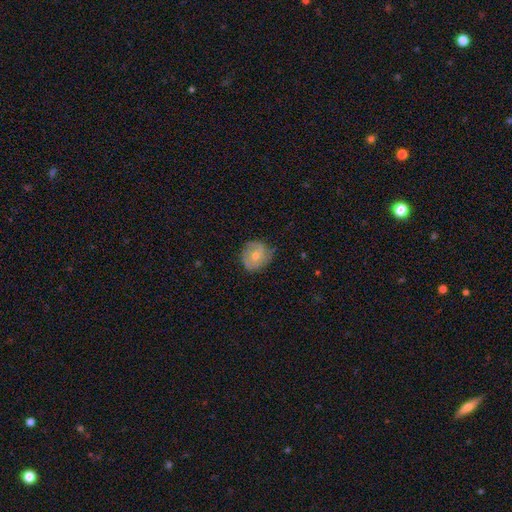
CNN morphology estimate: A smooth galaxy with no disk features (47%).

Vote fractions:
- Smooth or featured? smooth: 47% / featured or disk: 46% / star or artifact: 7%
- Merging? none: 63% / minor disturbance: 28% / major disturbance: 8% / merger: 1%